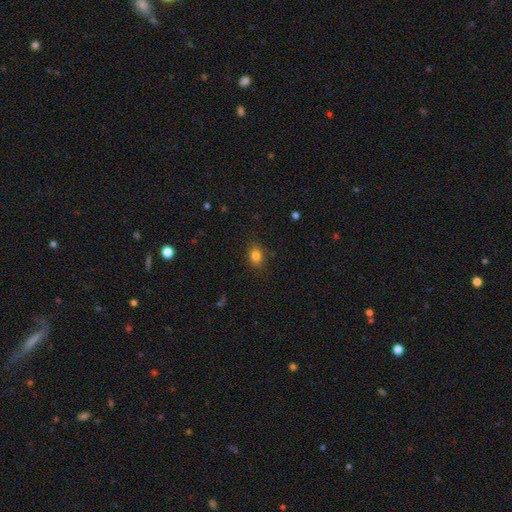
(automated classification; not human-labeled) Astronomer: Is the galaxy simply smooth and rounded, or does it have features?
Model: smooth — 82%.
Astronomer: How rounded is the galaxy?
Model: in between — 63%.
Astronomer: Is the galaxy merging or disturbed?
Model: none — 84%.